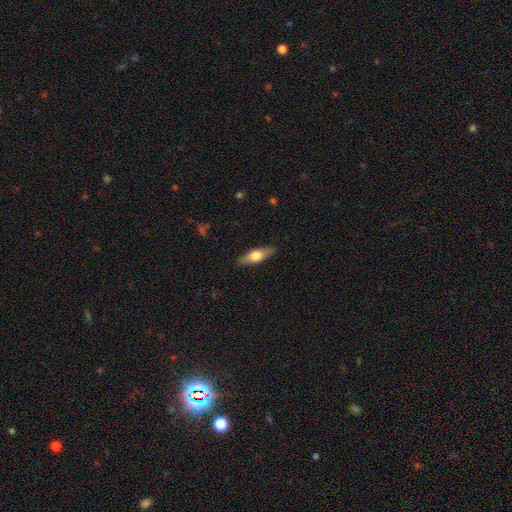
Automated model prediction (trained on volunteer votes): This is possibly a smooth galaxy (54%). How rounded: possibly in between (52%). Merging: clearly none (87%).